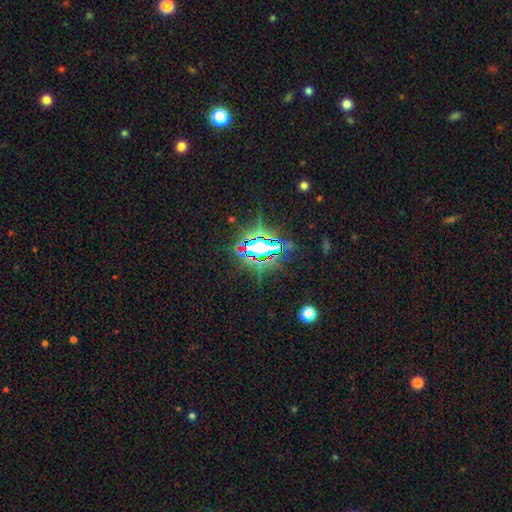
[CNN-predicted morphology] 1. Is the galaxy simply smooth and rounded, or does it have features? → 78% star or artifact, 11% smooth, 10% featured or disk.